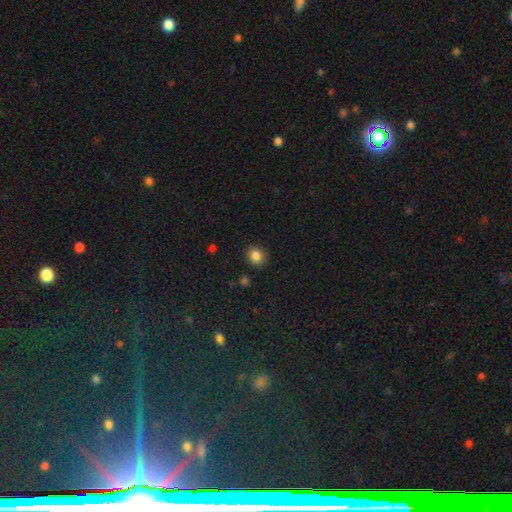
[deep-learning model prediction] This appears to be a smooth galaxy with no disk features (85%) that is round (81%). Merging: none (88%).